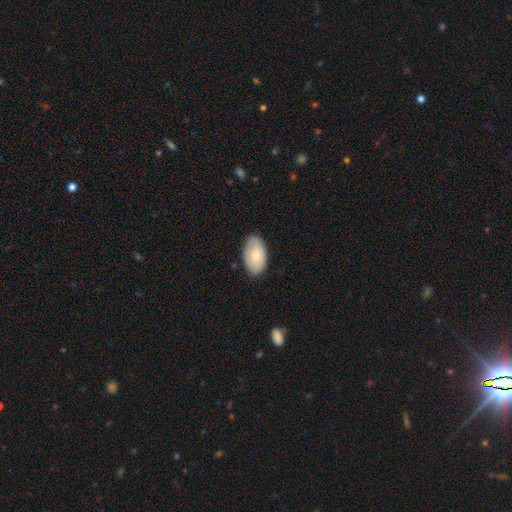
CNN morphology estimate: smooth 78%, featured or disk 17%, star or artifact 6%. Down the decision tree: how rounded — in between (95%); merging — none (80%).